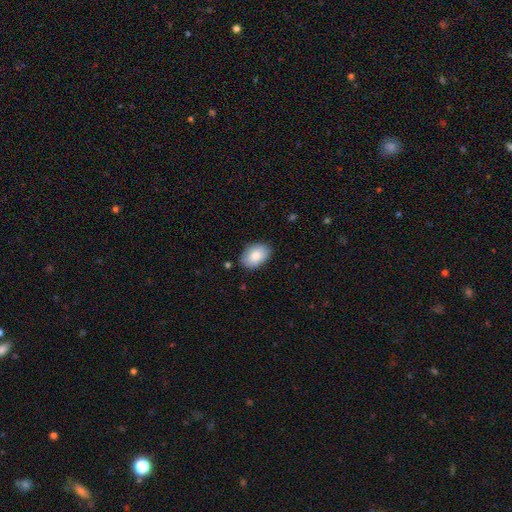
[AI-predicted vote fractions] Smooth or featured?
  - smooth: 83% *
  - featured or disk: 10%
  - star or artifact: 7%
How rounded?
  - in between: 84% *
  - round: 15%
  - cigar-shaped: 1%
Merging?
  - none: 84% *
  - minor disturbance: 12%
  - major disturbance: 2%
  - merger: 1%